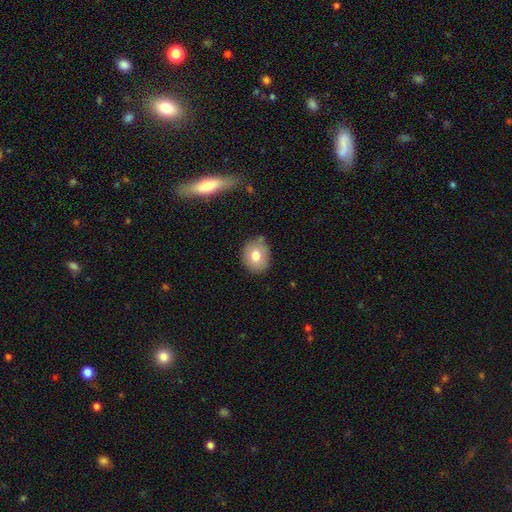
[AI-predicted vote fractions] A smooth galaxy with no disk features (75%) that is round (72%).

Vote fractions:
- Smooth or featured? smooth: 75% / featured or disk: 15% / star or artifact: 9%
- How rounded? round: 72% / in between: 27% / cigar-shaped: 1%
- Merging? none: 77% / minor disturbance: 16% / merger: 4% / major disturbance: 3%